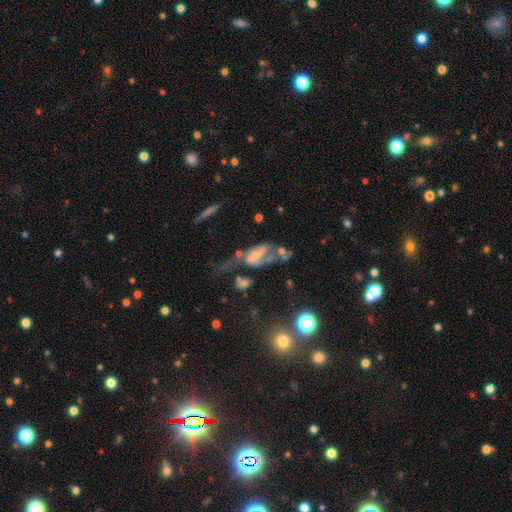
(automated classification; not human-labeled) Smooth or featured: featured or disk — 66% (smooth — 23%)
Edge-on disk: no — 93% (yes — 7%)
Bar: weak — 37% (no — 36%)
Spiral arms: yes — 67% (no — 33%)
Bulge size: small — 38% (moderate — 30%)
Merging: major disturbance — 45% (merger — 22%)